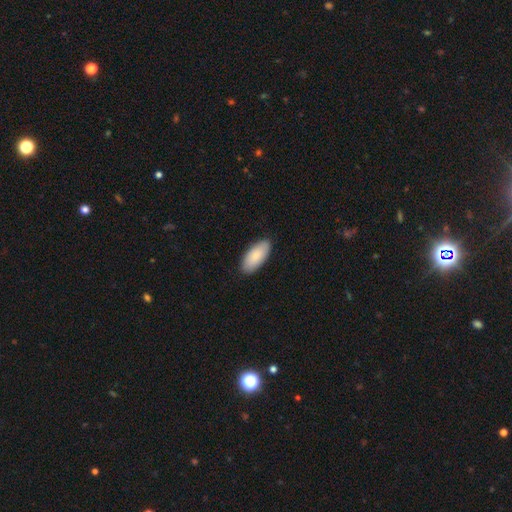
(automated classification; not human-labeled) Morphology: type=smooth (88%); roundness=in between (90%); merging=none (88%).